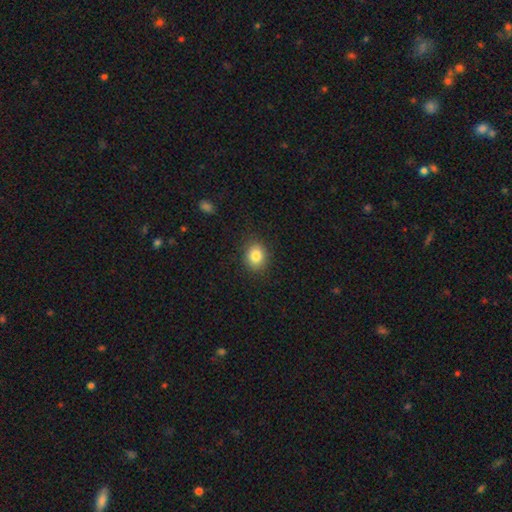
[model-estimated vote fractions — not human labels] smooth 83%, star or artifact 10%, featured or disk 7%. Down the decision tree: how rounded — round (62%); merging — none (88%).